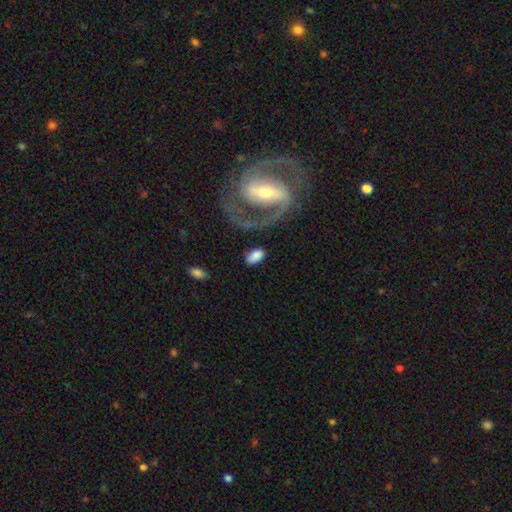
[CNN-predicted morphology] Smooth or featured: smooth — 67% (featured or disk — 26%)
How rounded: in between — 92% (round — 5%)
Merging: none — 69% (minor disturbance — 14%)